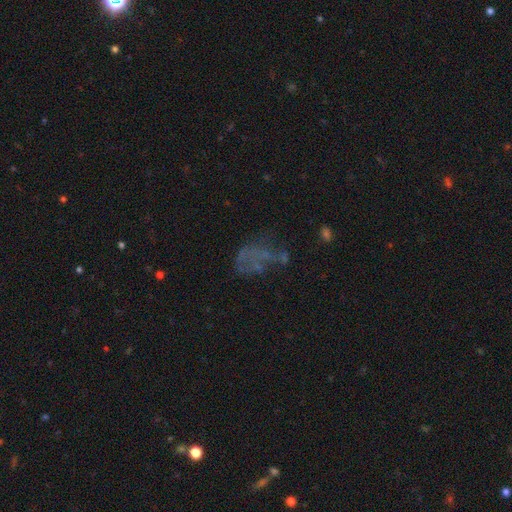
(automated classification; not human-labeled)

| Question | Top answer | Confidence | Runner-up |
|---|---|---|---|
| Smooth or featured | featured or disk | 39% | star or artifact (31%) |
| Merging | none | 39% | major disturbance (33%) |